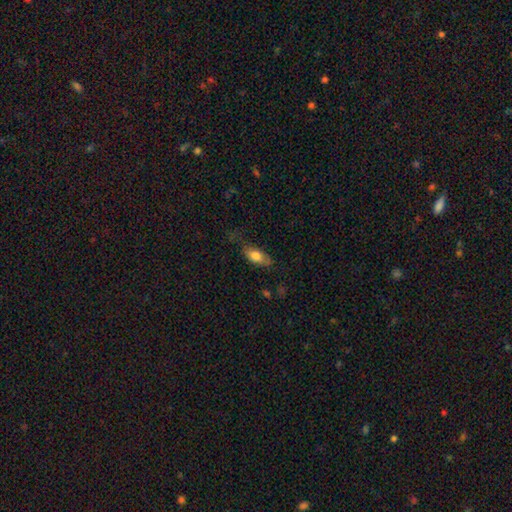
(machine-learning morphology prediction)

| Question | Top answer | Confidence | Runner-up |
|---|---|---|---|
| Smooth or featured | smooth | 76% | featured or disk (17%) |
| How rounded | in between | 82% | cigar-shaped (14%) |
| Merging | none | 60% | minor disturbance (28%) |